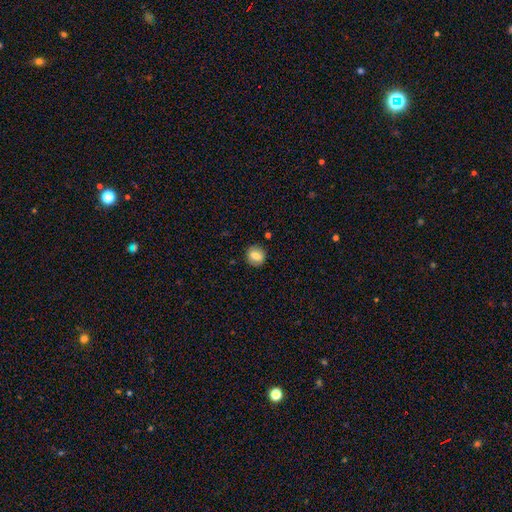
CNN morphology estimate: The model was most divided on "smooth or featured": smooth: 76%, featured or disk: 15%, star or artifact: 9%. More confident: merging — none (87%); how rounded — round (82%).